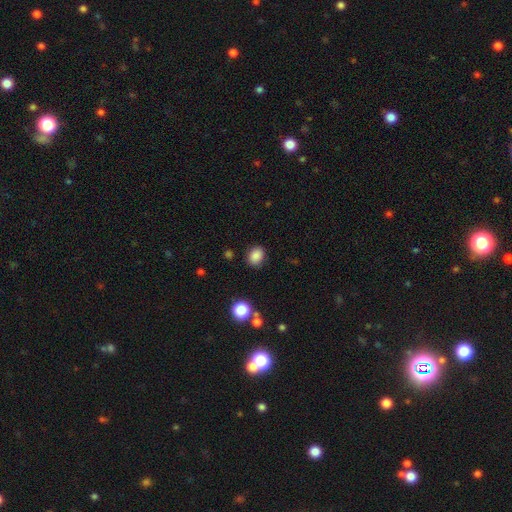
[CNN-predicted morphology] smooth-or-featured: smooth: 86% | star or artifact: 11% | featured or disk: 4%
  how-rounded: round: 52% | in between: 47% | cigar-shaped: 1%
  merging: none: 86% | minor disturbance: 9% | major disturbance: 3% | merger: 2%